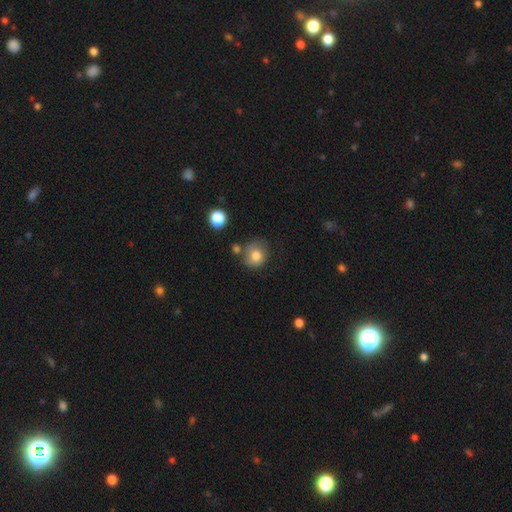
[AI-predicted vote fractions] Smooth or featured? smooth (78%)
How rounded? round (76%)
Merging? none (56%)